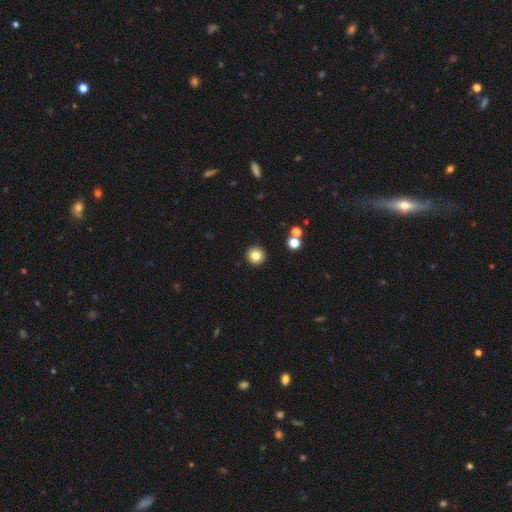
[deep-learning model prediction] A smooth galaxy with no disk features (81%) that is round (96%). Merging: none (91%).